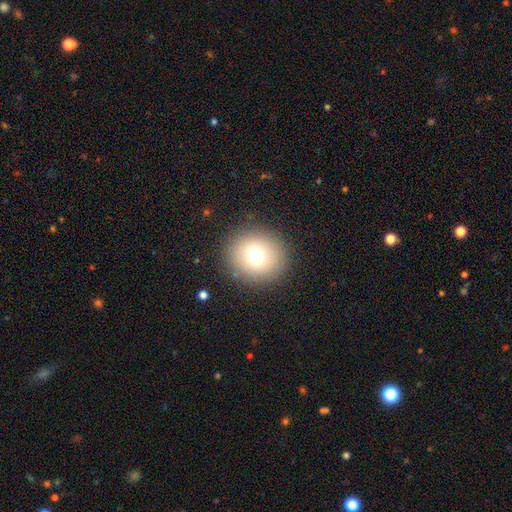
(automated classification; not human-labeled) Smooth or featured? smooth (71%)
How rounded? round (88%)
Merging? none (88%)